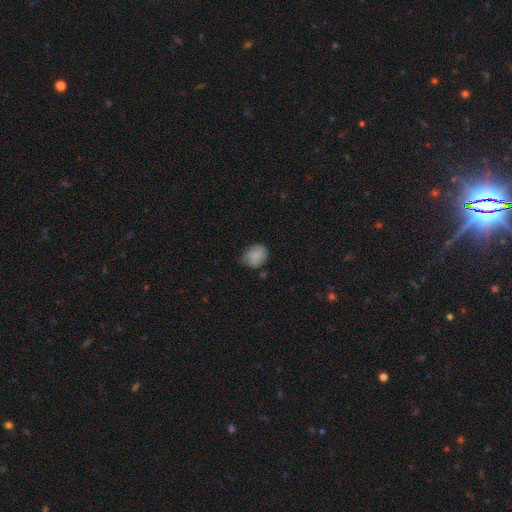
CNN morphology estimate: A smooth galaxy with no disk features (83%) that is round (60%). Merging: none (60%).